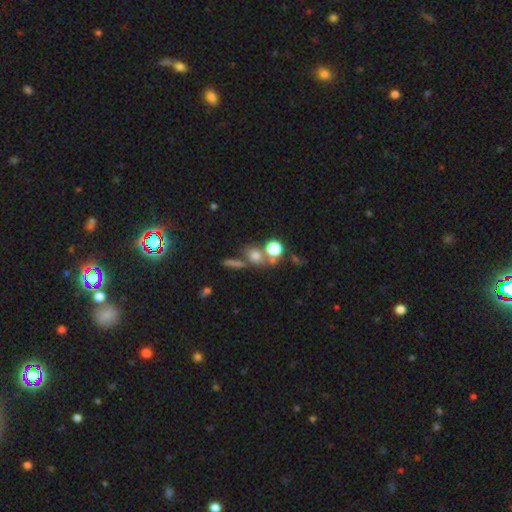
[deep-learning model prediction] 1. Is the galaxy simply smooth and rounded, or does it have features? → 66% smooth, 21% star or artifact, 14% featured or disk.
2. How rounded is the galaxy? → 68% round, 27% in between, 5% cigar-shaped.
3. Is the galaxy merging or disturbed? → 50% none, 34% merger, 10% minor disturbance, 7% major disturbance.